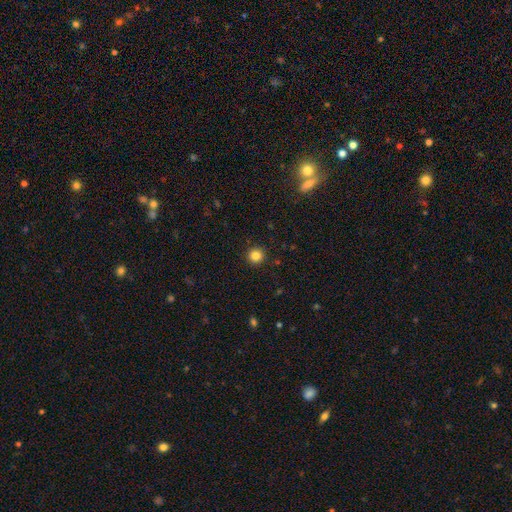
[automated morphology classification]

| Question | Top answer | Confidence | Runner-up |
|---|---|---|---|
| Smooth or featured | smooth | 83% | star or artifact (12%) |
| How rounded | round | 95% | in between (4%) |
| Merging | none | 93% | minor disturbance (4%) |